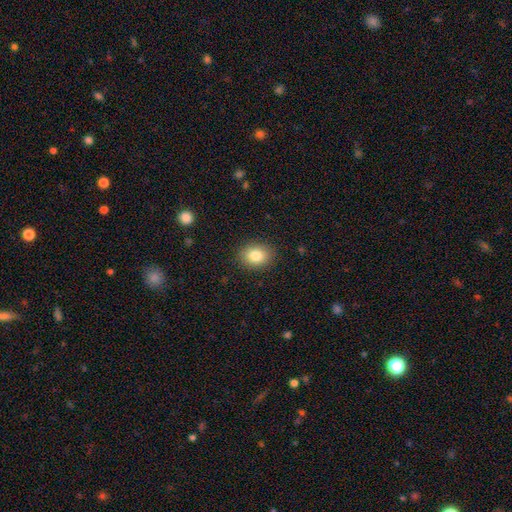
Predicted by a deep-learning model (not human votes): Smooth or featured? smooth (83%)
How rounded? in between (51%)
Merging? none (89%)